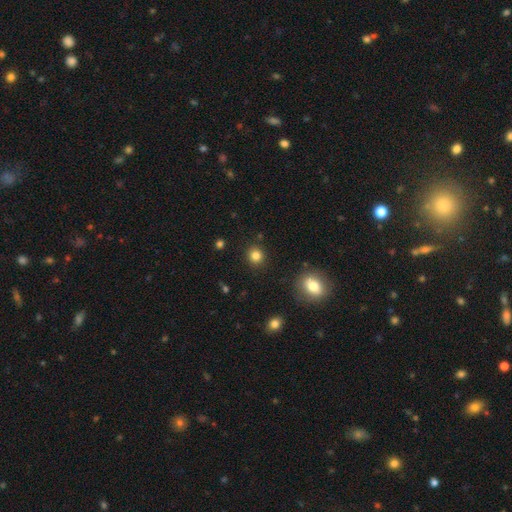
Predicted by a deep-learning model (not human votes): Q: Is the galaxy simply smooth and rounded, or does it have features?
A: smooth — 83%.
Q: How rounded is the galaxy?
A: round — 88%.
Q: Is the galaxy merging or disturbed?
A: none — 90%.